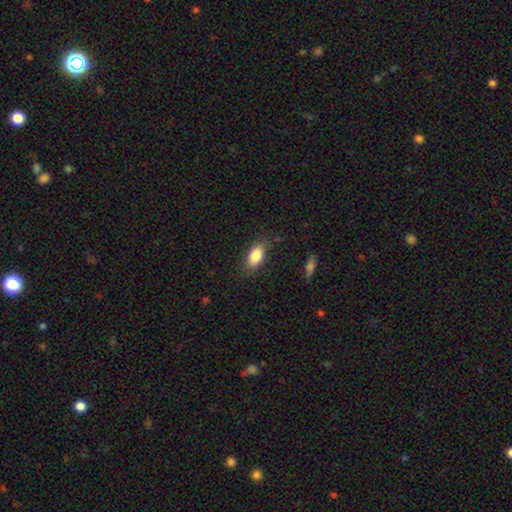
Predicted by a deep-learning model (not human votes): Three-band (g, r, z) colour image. It shows a smooth galaxy with no disk features (84%) that is in between round and cigar-shaped (89%). Merging: none (80%).